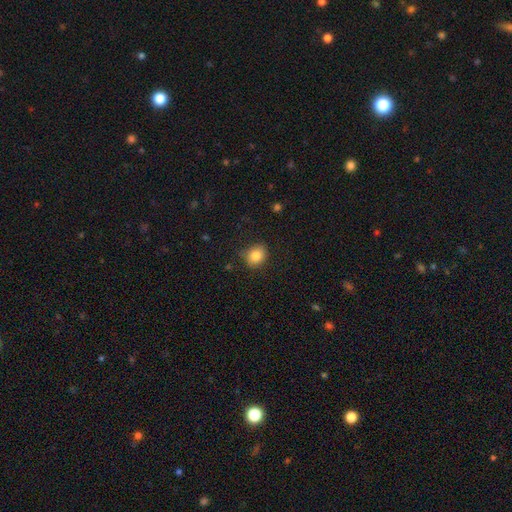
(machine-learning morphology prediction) This is clearly a smooth galaxy (84%). How rounded: likely round (63%). Merging: likely none (80%).